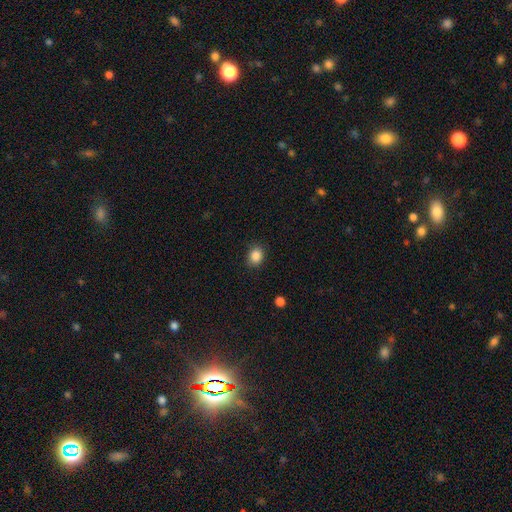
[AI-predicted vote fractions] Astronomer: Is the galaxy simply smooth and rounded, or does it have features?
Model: smooth — 87%.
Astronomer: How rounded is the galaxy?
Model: round — 54% (runner-up: in between, 45%).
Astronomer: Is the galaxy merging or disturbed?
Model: none — 87%.